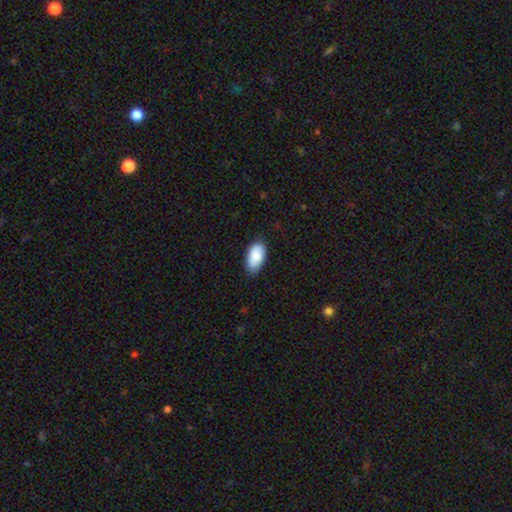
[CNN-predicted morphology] Overall: smooth (88%). How rounded: in between (95%). Merging: none (80%).